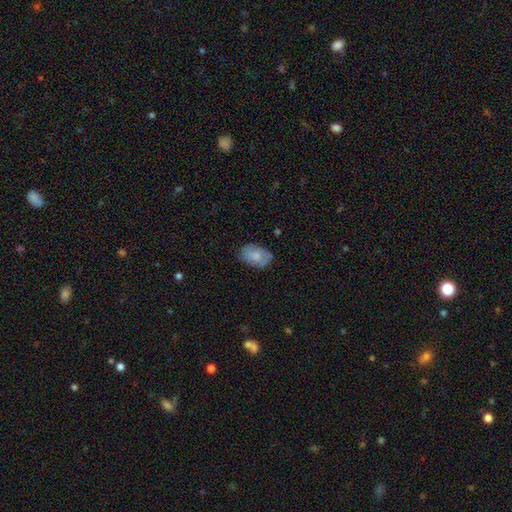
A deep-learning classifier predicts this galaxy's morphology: The model was most divided on "merging": none: 74%, minor disturbance: 21%, major disturbance: 4%, merger: 1%. More confident: how rounded — in between (89%); smooth or featured — smooth (78%).